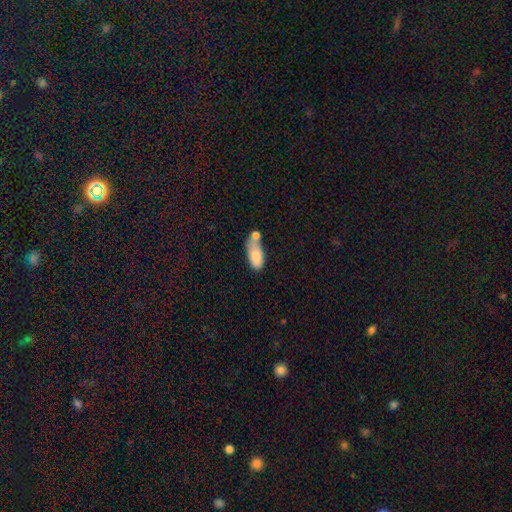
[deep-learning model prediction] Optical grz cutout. It shows a smooth galaxy with no disk features (77%) that is in between round and cigar-shaped (85%). Merging: merger (41%).